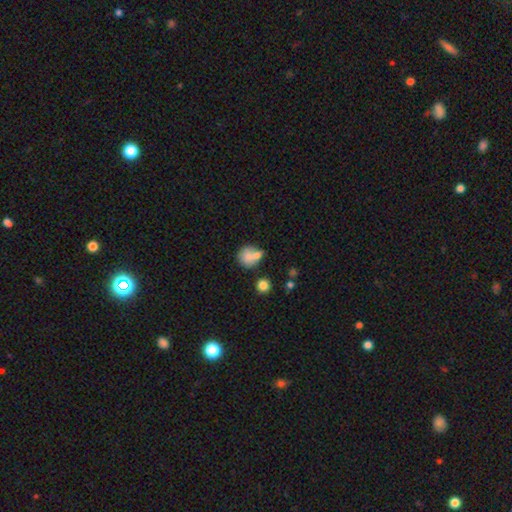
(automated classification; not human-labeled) smooth 75%, featured or disk 16%, star or artifact 9%. Down the decision tree: how rounded — round (74%); merging — merger (41%).